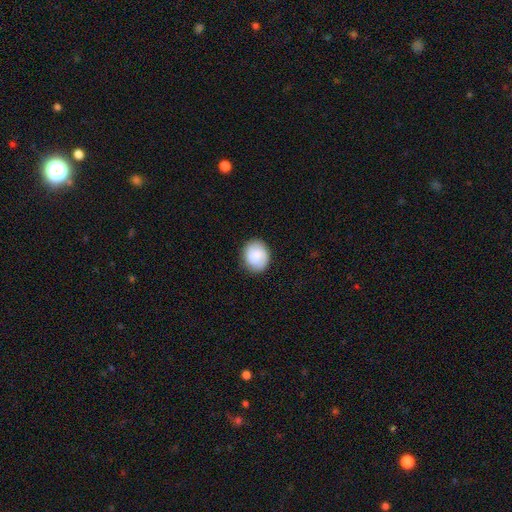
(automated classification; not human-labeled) Morphology: type=smooth (78%); roundness=round (71%); merging=none (84%).